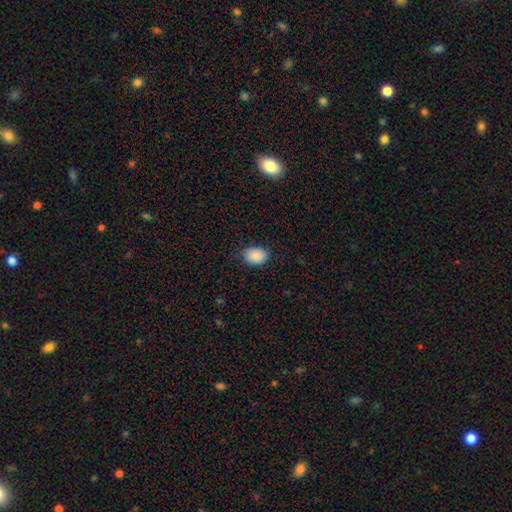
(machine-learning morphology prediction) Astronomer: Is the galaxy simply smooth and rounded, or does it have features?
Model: smooth — 88%.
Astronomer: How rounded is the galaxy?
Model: in between — 78%.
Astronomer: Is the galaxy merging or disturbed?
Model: none — 75%.